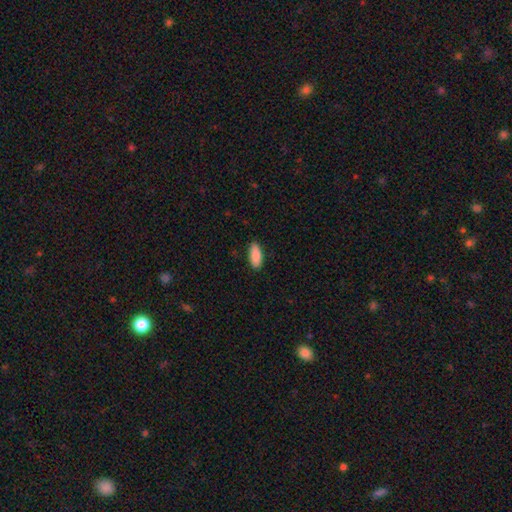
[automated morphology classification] A smooth galaxy with no disk features (90%) that is in between round and cigar-shaped (80%). Merging: none (87%).